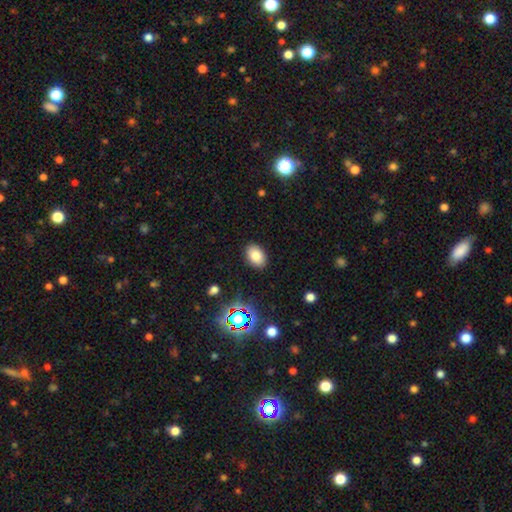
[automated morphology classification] smooth 82%, star or artifact 11%, featured or disk 7%. Down the decision tree: how rounded — in between (86%); merging — none (88%).